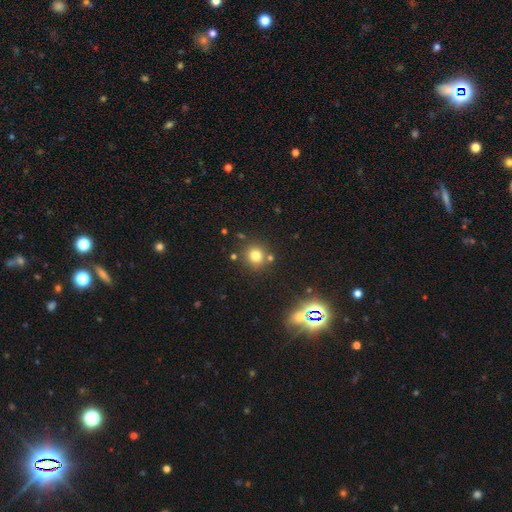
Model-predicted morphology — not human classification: A smooth galaxy with no disk features (77%) that is round (89%).

Vote fractions:
- Smooth or featured? smooth: 77% / star or artifact: 16% / featured or disk: 8%
- How rounded? round: 89% / in between: 10% / cigar-shaped: 1%
- Merging? none: 79% / merger: 10% / minor disturbance: 8% / major disturbance: 3%